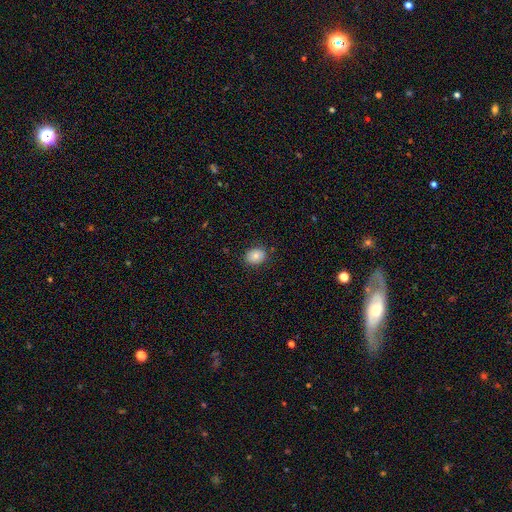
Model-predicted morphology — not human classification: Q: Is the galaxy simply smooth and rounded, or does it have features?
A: smooth — 79%.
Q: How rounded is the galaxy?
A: in between — 54%.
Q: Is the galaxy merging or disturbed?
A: none — 86%.